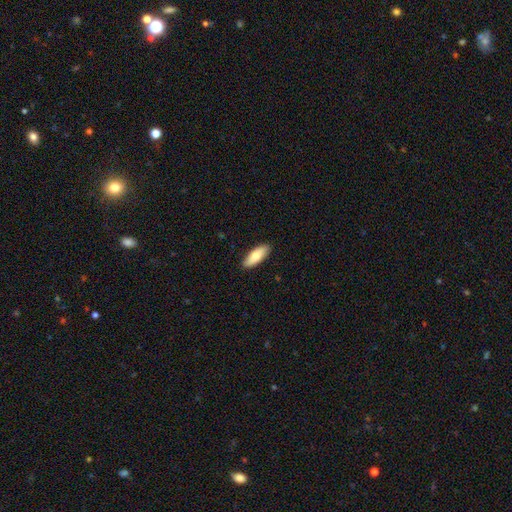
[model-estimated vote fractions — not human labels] smooth-or-featured: smooth: 72% | featured or disk: 22% | star or artifact: 6%
  how-rounded: in between: 71% | cigar-shaped: 27% | round: 2%
  merging: none: 89% | minor disturbance: 8% | major disturbance: 2% | merger: 1%